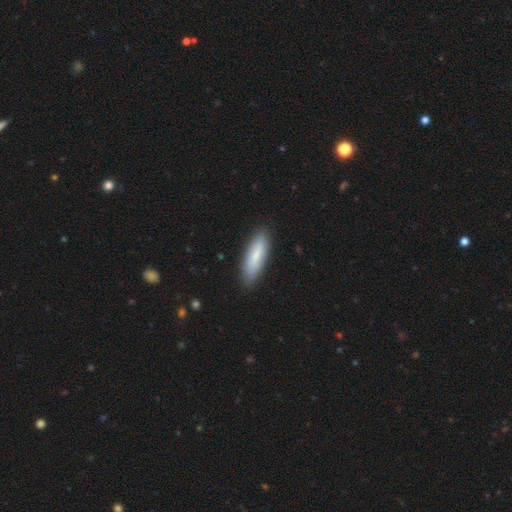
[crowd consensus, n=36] A smooth galaxy with no disk features (81%) that is cigar-shaped (69%). Merging: none (92%).